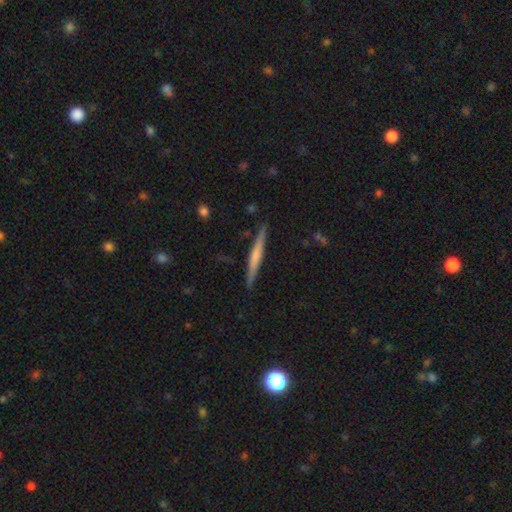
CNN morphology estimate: A featured or disk galaxy (48%).

Vote fractions:
- Smooth or featured? featured or disk: 48% / smooth: 46% / star or artifact: 6%
- Merging? none: 89% / minor disturbance: 8% / major disturbance: 2% / merger: 1%